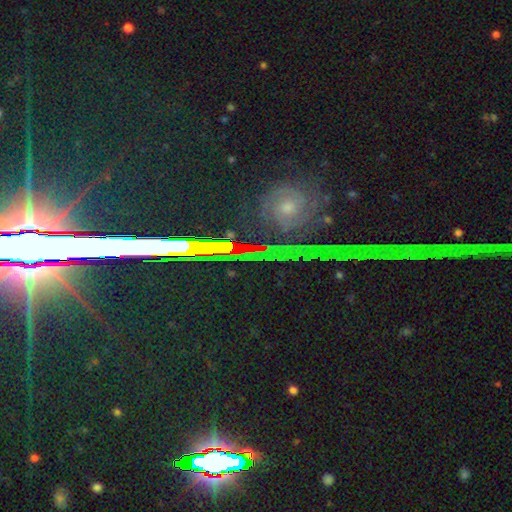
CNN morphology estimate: This appears to be a star or artifact, not a galaxy (61%).